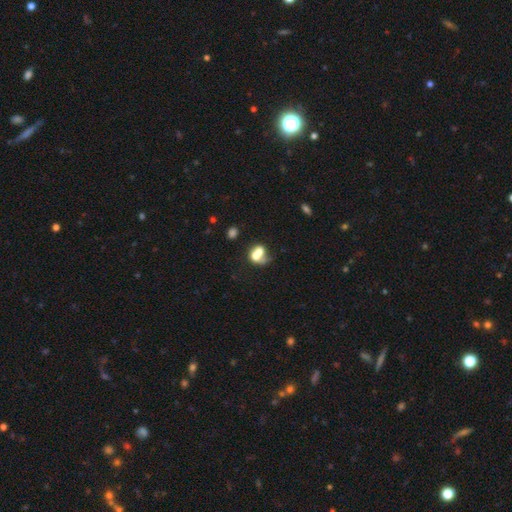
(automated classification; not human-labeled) A smooth galaxy with no disk features (62%) that is in between round and cigar-shaped (58%).

Vote fractions:
- Smooth or featured? smooth: 62% / featured or disk: 27% / star or artifact: 11%
- How rounded? in between: 58% / round: 40% / cigar-shaped: 2%
- Merging? merger: 62% / none: 18% / major disturbance: 11% / minor disturbance: 9%